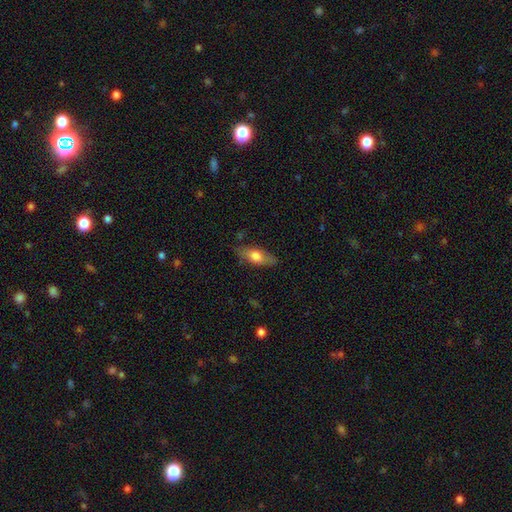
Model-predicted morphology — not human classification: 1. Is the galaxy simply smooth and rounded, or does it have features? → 66% smooth, 28% featured or disk, 6% star or artifact.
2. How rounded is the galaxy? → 73% in between, 24% cigar-shaped, 3% round.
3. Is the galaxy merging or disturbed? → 78% none, 17% minor disturbance, 4% major disturbance, 2% merger.